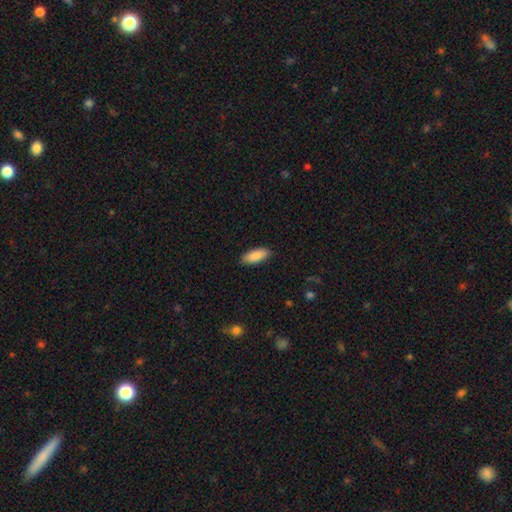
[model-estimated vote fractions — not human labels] Overall: smooth (89%). How rounded: in between (79%). Merging: none (89%).